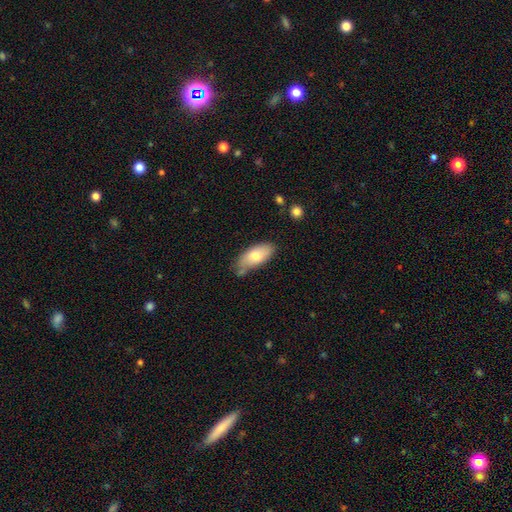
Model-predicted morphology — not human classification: smooth 75%, featured or disk 19%, star or artifact 7%. Down the decision tree: how rounded — in between (90%); merging — none (61%).